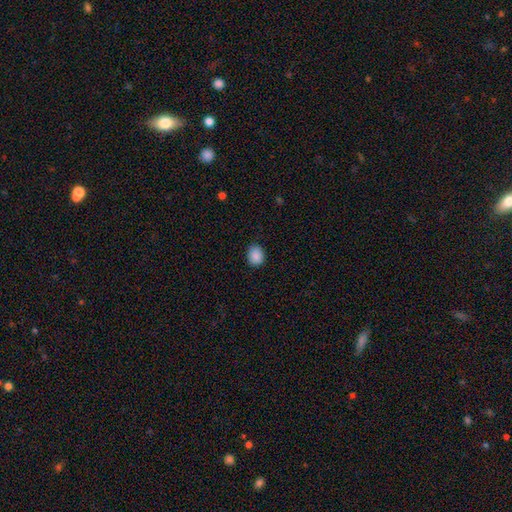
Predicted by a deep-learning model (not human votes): Smooth or featured?
  - smooth: 90% *
  - star or artifact: 8%
  - featured or disk: 2%
How rounded?
  - round: 54% *
  - in between: 46%
  - cigar-shaped: 1%
Merging?
  - none: 89% *
  - minor disturbance: 8%
  - major disturbance: 2%
  - merger: 1%